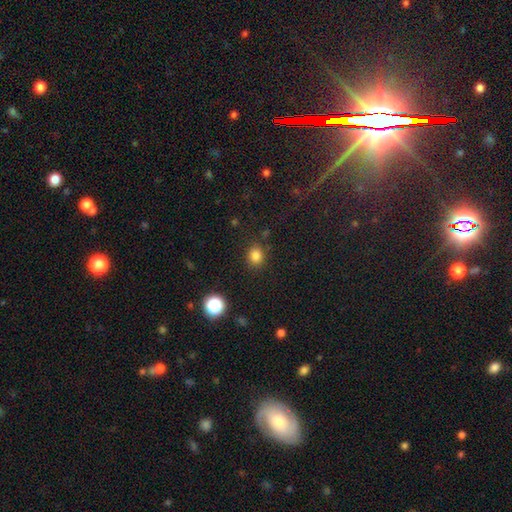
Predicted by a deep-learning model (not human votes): Overall: smooth (81%). How rounded: round (69%; in between 31%). Merging: none (84%).